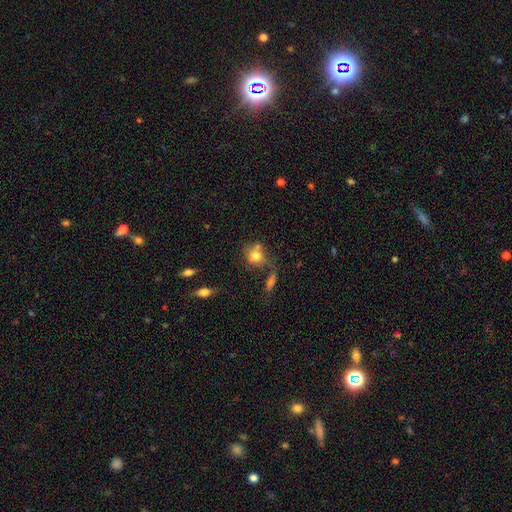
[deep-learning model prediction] This is likely a smooth galaxy (76%). How rounded: likely round (70%). Merging: possibly none (50%).